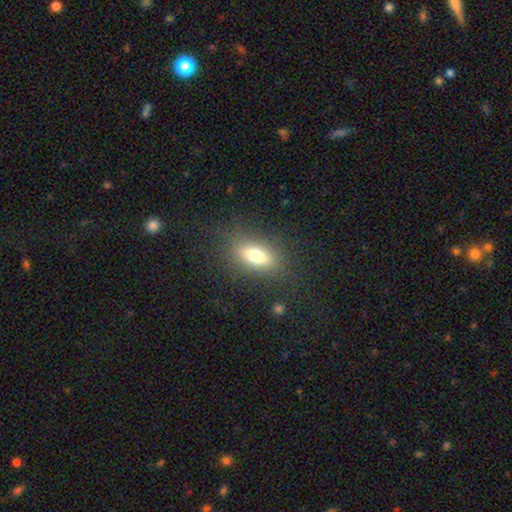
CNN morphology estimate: A smooth galaxy with no disk features (72%) that is in between round and cigar-shaped (78%).

Vote fractions:
- Smooth or featured? smooth: 72% / featured or disk: 17% / star or artifact: 11%
- How rounded? in between: 78% / cigar-shaped: 14% / round: 8%
- Merging? none: 82% / minor disturbance: 11% / major disturbance: 6% / merger: 1%